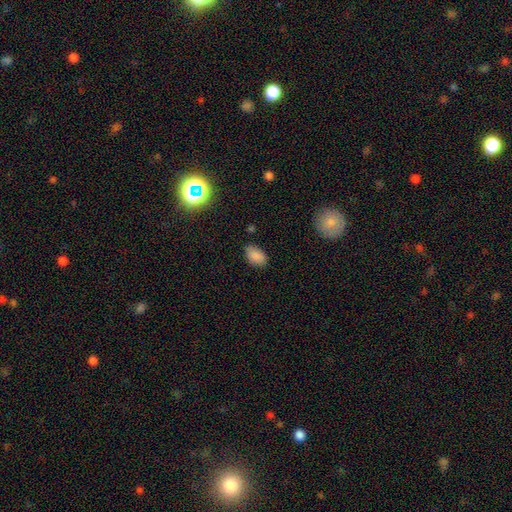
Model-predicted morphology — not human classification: Smooth or featured? Predicted: smooth (p=0.85). How rounded? Predicted: in between (p=0.91). Merging? Predicted: none (p=0.75).